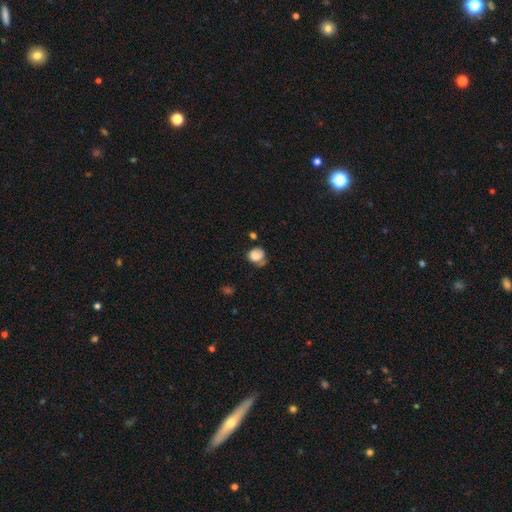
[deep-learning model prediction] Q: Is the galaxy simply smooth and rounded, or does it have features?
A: smooth — 77%.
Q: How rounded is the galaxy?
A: round — 74%.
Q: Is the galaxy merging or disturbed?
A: none — 44%.